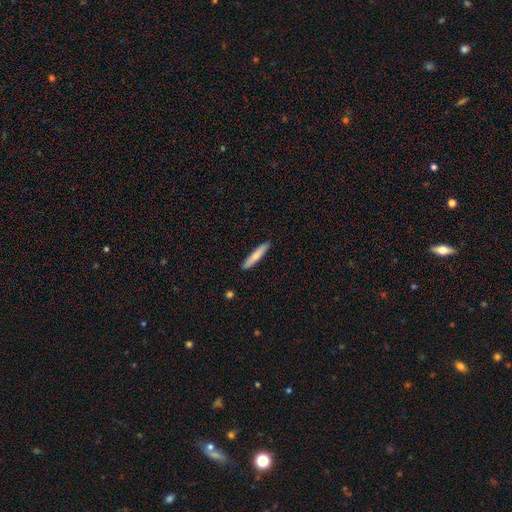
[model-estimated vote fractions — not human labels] Q: Smooth or featured?
A: smooth (74%); runner-up: featured or disk (20%)
Q: How rounded?
A: cigar-shaped (92%); runner-up: in between (7%)
Q: Merging?
A: none (90%); runner-up: minor disturbance (8%)